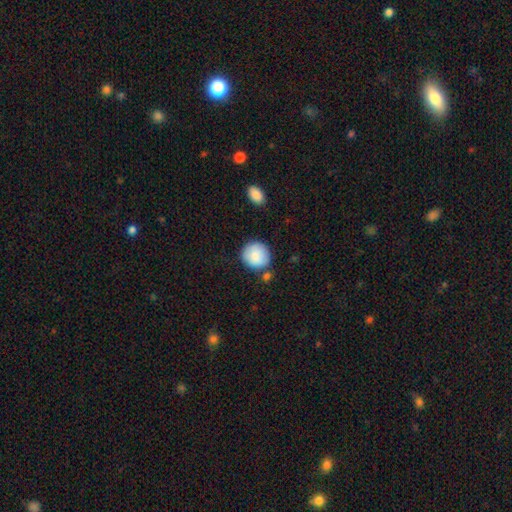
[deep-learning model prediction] smooth-or-featured: smooth: 87% | featured or disk: 7% | star or artifact: 7%
  how-rounded: round: 90% | in between: 9% | cigar-shaped: 1%
  merging: none: 76% | minor disturbance: 14% | merger: 7% | major disturbance: 3%